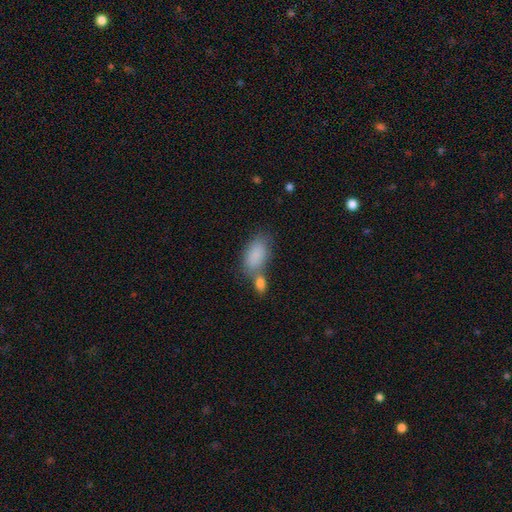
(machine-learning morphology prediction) Smooth or featured? smooth (85%)
How rounded? in between (92%)
Merging? none (41%)